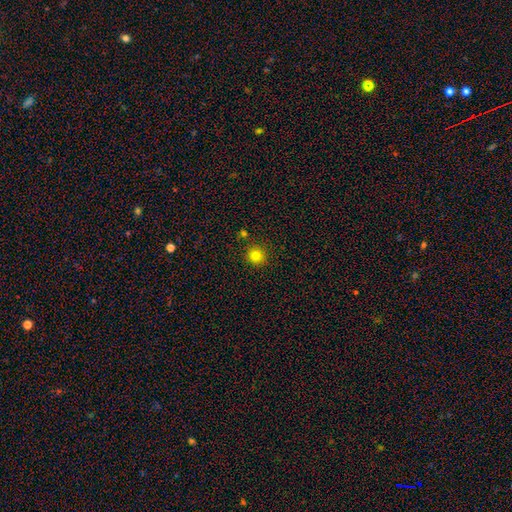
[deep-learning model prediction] smooth 81%, star or artifact 13%, featured or disk 6%. Down the decision tree: how rounded — round (94%); merging — none (89%).